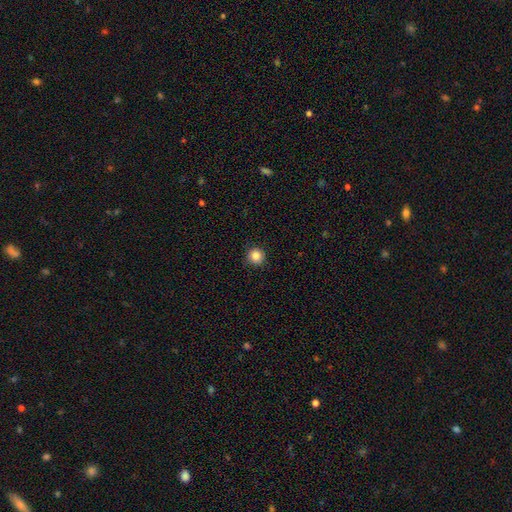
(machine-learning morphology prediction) Smooth or featured? smooth (85%)
How rounded? round (94%)
Merging? none (91%)